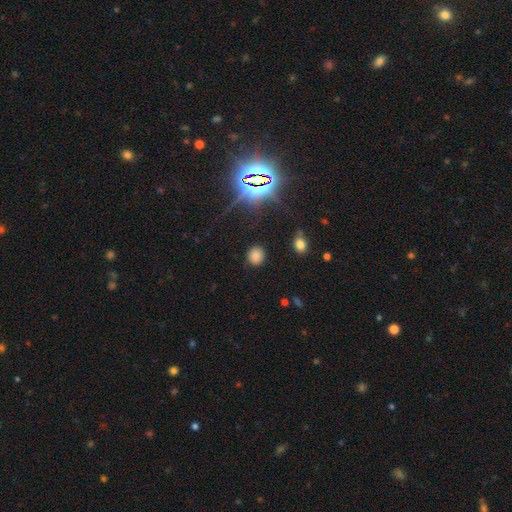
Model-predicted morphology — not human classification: Smooth or featured: smooth — 74% (star or artifact — 20%)
How rounded: round — 79% (in between — 20%)
Merging: none — 86% (minor disturbance — 9%)